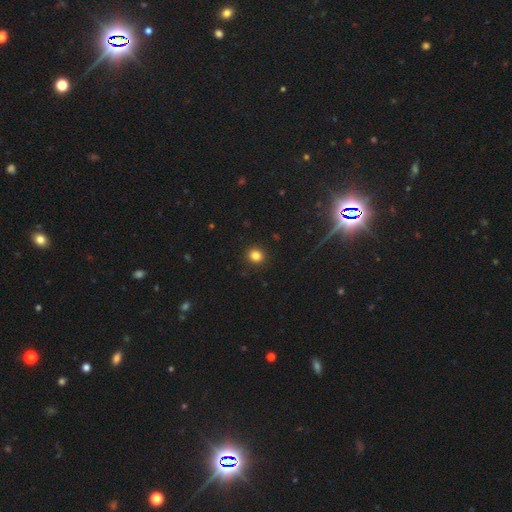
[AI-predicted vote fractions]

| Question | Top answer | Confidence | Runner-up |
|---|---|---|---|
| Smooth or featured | smooth | 83% | star or artifact (12%) |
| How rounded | round | 84% | in between (15%) |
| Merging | none | 92% | minor disturbance (5%) |